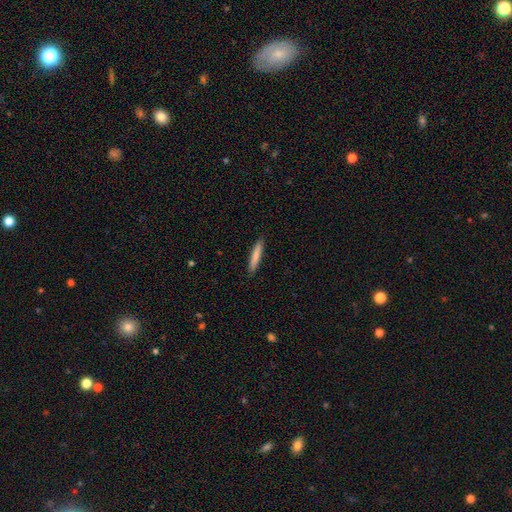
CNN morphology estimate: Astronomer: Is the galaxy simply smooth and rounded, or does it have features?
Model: smooth — 81%.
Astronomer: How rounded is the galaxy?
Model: cigar-shaped — 94%.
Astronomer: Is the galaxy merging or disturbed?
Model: none — 90%.